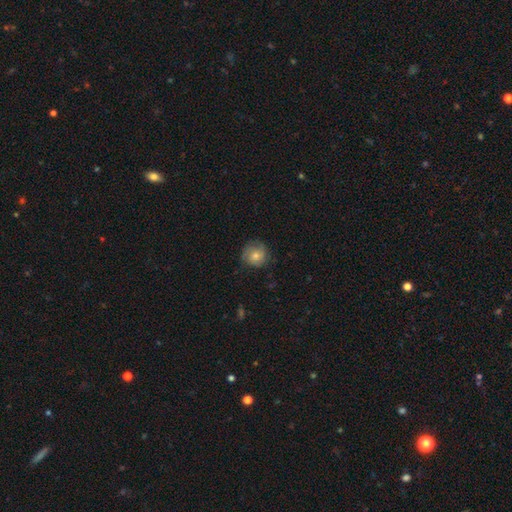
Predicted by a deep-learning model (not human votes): Smooth or featured: smooth — 60% (featured or disk — 29%)
How rounded: round — 90% (in between — 9%)
Merging: none — 75% (minor disturbance — 19%)